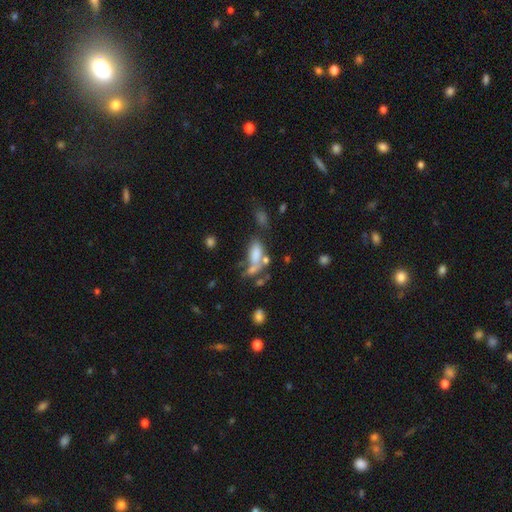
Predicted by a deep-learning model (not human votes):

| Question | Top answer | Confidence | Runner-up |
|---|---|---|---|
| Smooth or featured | smooth | 69% | featured or disk (19%) |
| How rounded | in between | 84% | cigar-shaped (11%) |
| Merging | merger | 37% | none (28%) |